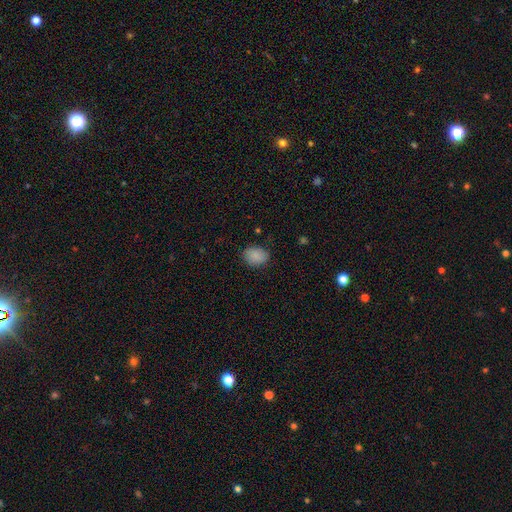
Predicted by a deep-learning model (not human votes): Overall: smooth (87%). How rounded: in between (66%; round 33%). Merging: none (82%).